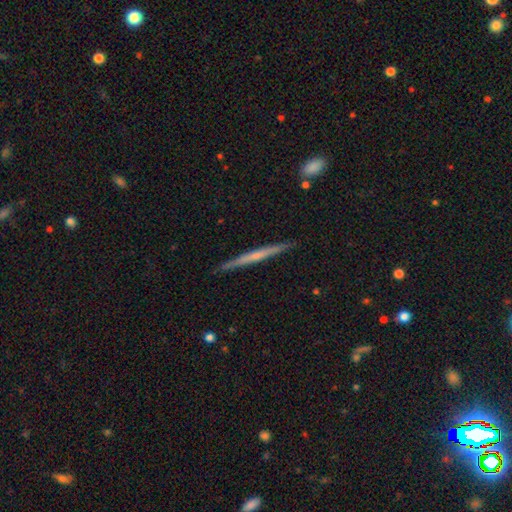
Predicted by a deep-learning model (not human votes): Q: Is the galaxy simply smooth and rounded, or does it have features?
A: featured or disk — 58%.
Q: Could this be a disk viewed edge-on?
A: yes — 98%.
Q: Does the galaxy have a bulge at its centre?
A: none — 72%.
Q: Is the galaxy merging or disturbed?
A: none — 90%.